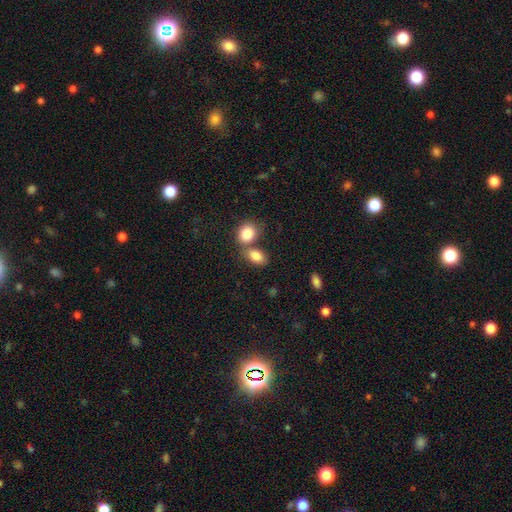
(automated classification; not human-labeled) Morphology: type=smooth (84%); roundness=in between (80%); merging=none (48%).